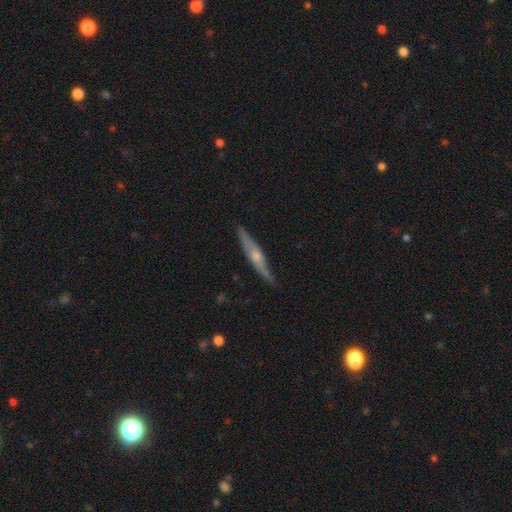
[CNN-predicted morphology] Smooth or featured: featured or disk — 69% (smooth — 25%)
Edge-on disk: yes — 94% (no — 6%)
Edge-on bulge: rounded — 81% (none — 12%)
Merging: none — 85% (minor disturbance — 11%)